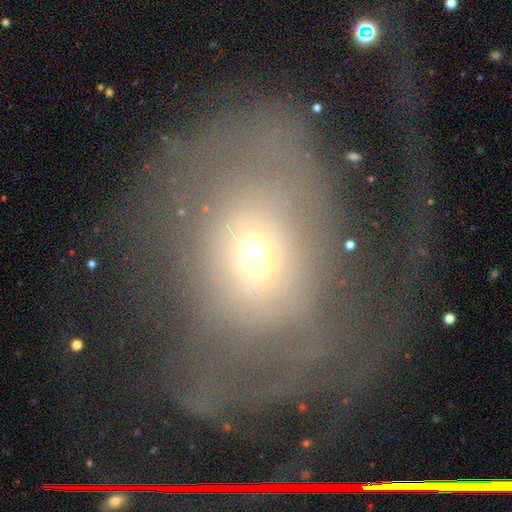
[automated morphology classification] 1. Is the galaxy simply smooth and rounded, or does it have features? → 46% smooth, 40% featured or disk, 14% star or artifact.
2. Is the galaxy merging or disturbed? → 55% major disturbance, 26% none, 16% minor disturbance, 4% merger.